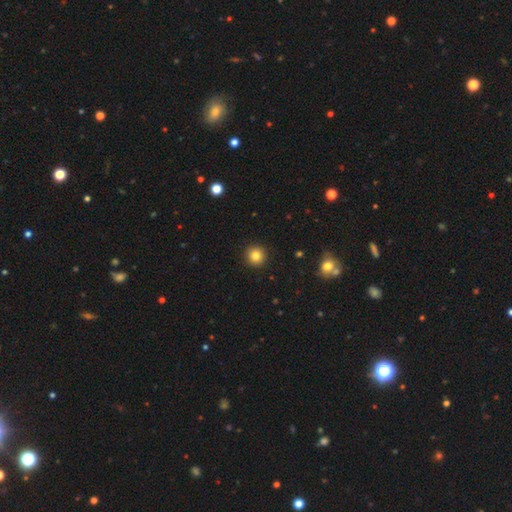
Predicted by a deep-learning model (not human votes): This is clearly a smooth galaxy (83%). How rounded: clearly round (95%). Merging: clearly none (92%).